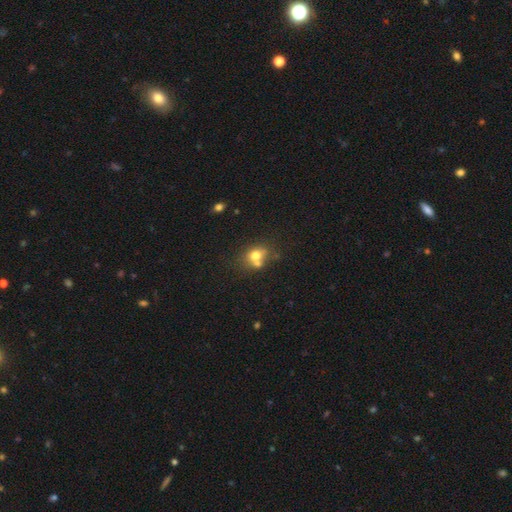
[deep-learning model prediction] smooth 70%, featured or disk 17%, star or artifact 13%. Down the decision tree: how rounded — round (61%); merging — none (43%).